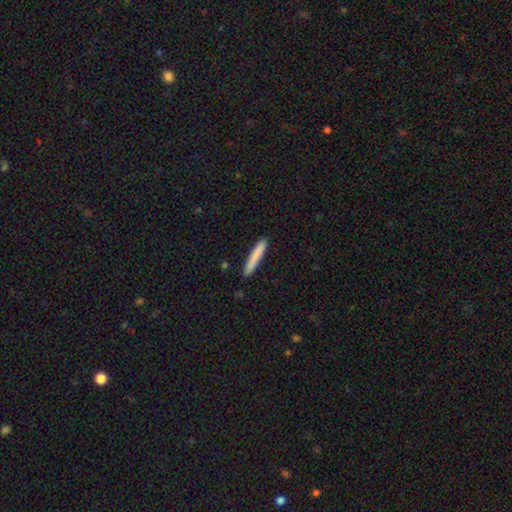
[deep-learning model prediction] Overall: smooth (81%). How rounded: cigar-shaped (95%). Merging: none (90%).